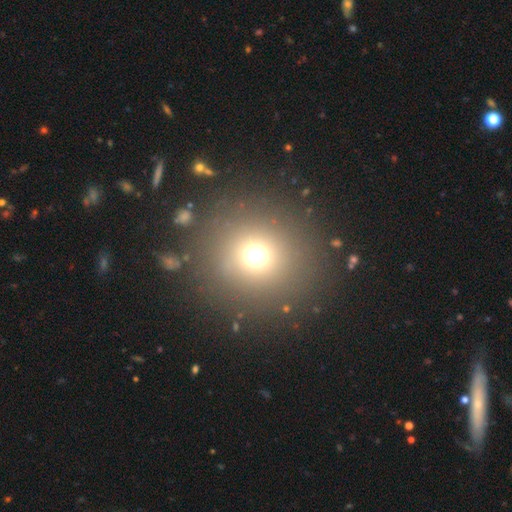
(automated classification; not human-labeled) This appears to be a smooth galaxy with no disk features (68%) that is round (90%). Merging: none (85%).